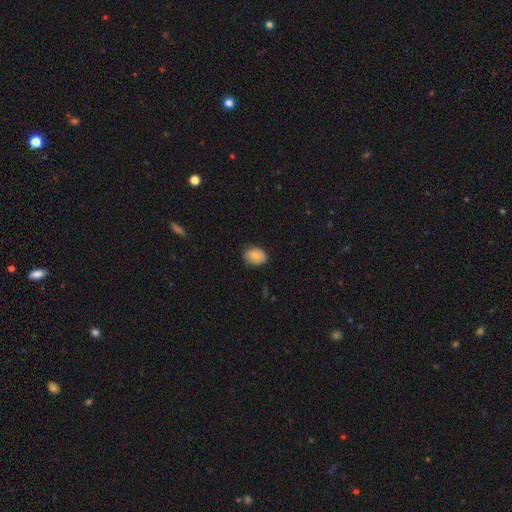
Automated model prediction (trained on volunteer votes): Smooth or featured: smooth — 77% (featured or disk — 15%)
How rounded: in between — 61% (round — 38%)
Merging: none — 80% (minor disturbance — 16%)